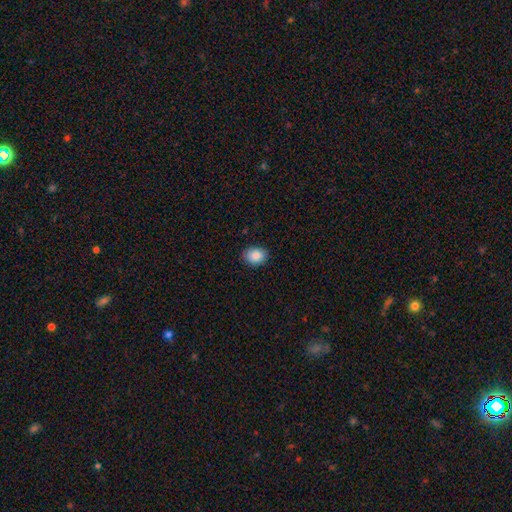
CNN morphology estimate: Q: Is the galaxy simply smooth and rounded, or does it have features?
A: smooth — 87%.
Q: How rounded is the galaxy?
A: in between — 58%.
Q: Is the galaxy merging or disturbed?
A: none — 85%.